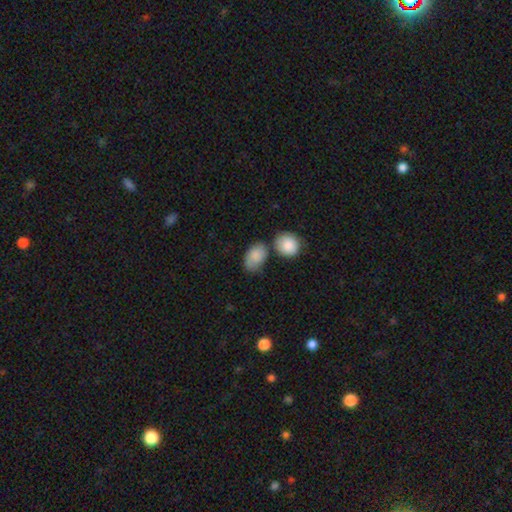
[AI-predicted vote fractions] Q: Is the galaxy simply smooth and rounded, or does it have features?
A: smooth — 85%.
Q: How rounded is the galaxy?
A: in between — 84%.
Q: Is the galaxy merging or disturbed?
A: none — 52%.